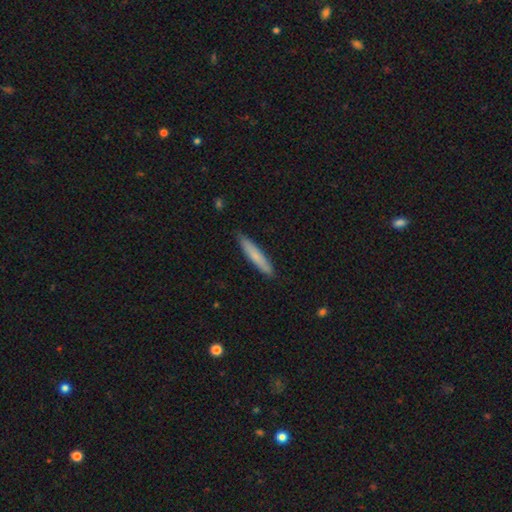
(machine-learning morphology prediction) smooth 74%, featured or disk 20%, star or artifact 5%. Down the decision tree: how rounded — cigar-shaped (92%); merging — none (87%).